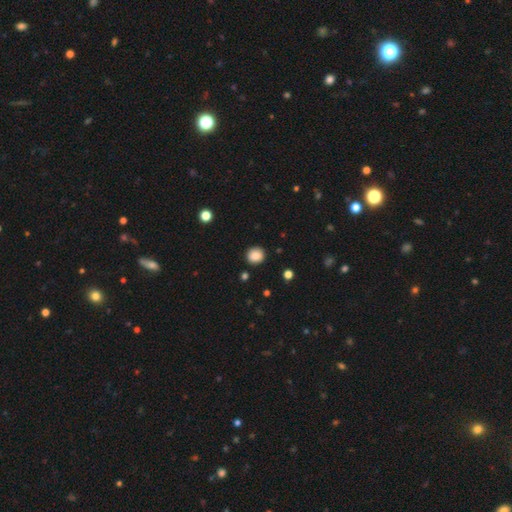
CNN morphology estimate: smooth_or_featured: smooth (p=0.85) [alt: star or artifact p=0.09]
how_rounded: round (p=0.88) [alt: in between p=0.11]
merging: none (p=0.90) [alt: minor disturbance p=0.07]